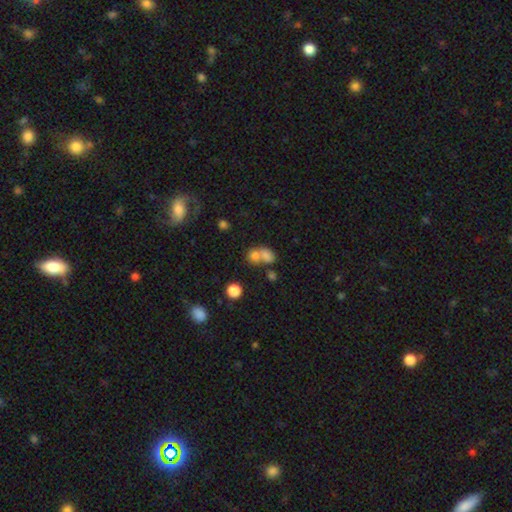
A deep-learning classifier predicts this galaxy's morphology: Smooth or featured: smooth — 74% (star or artifact — 14%)
How rounded: round — 56% (in between — 43%)
Merging: merger — 59% (none — 30%)